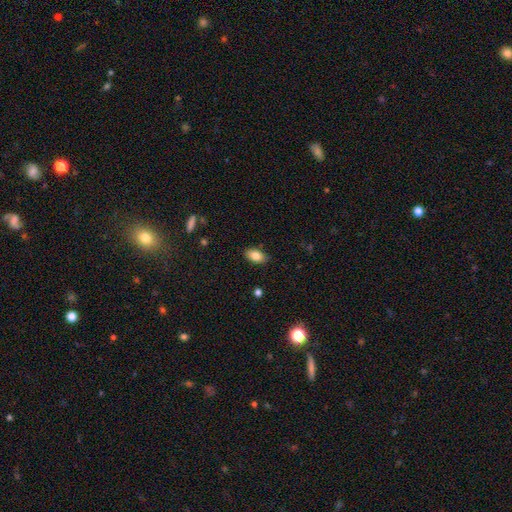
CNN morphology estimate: This is clearly a smooth galaxy (83%). How rounded: clearly in between (91%). Merging: clearly none (85%).